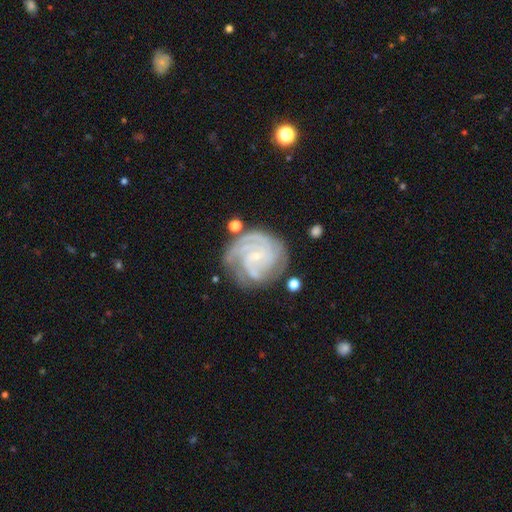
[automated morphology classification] The model was most divided on "spiral arm count": 3: 35%, 2: 19%, can't tell: 18%, 4: 17%, more than 4: 6%, 1: 6%. More confident: edge-on disk — no (98%); spiral arms — yes (97%); smooth or featured — featured or disk (87%); bulge size — small (81%); spiral winding — tight (69%); merging — none (68%); bar — no (60%).